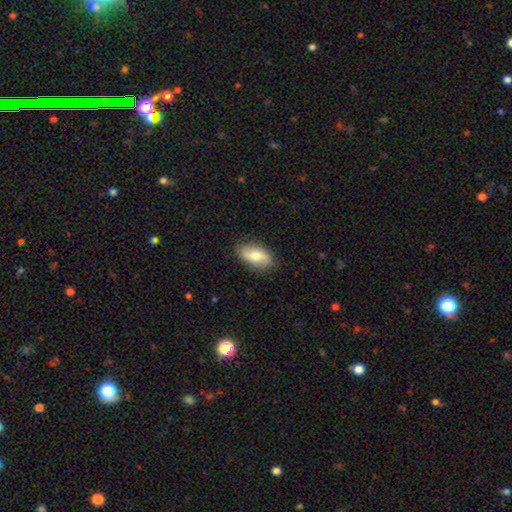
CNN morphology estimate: smooth_or_featured: smooth (p=0.56) [alt: featured or disk p=0.37]
how_rounded: in between (p=0.91) [alt: round p=0.05]
merging: none (p=0.81) [alt: minor disturbance p=0.15]